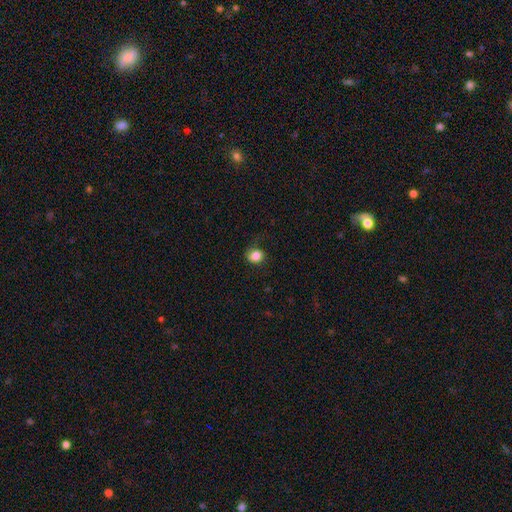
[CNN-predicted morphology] smooth 84%, star or artifact 10%, featured or disk 7%. Down the decision tree: how rounded — round (65%); merging — none (64%).